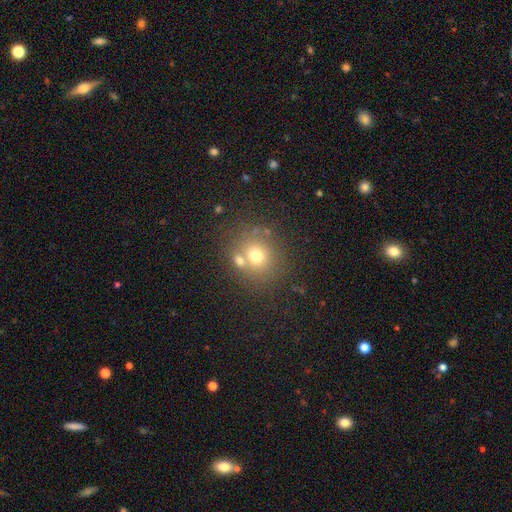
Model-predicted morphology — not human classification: smooth-or-featured: smooth: 68% | star or artifact: 16% | featured or disk: 16%
  how-rounded: round: 81% | in between: 18% | cigar-shaped: 1%
  merging: none: 60% | merger: 25% | minor disturbance: 10% | major disturbance: 5%